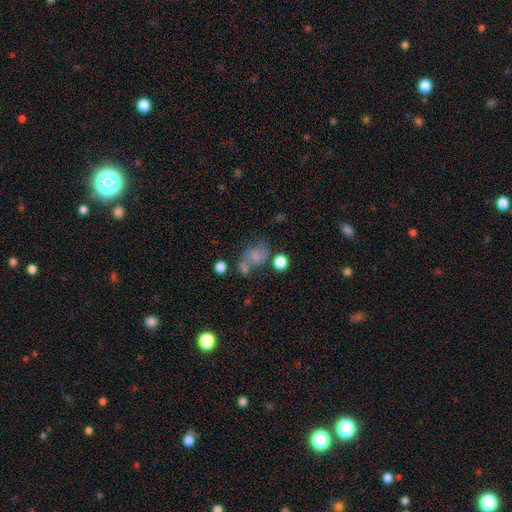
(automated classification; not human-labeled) Smooth or featured: smooth — 63% (featured or disk — 23%)
How rounded: in between — 69% (round — 29%)
Merging: none — 40% (minor disturbance — 22%)